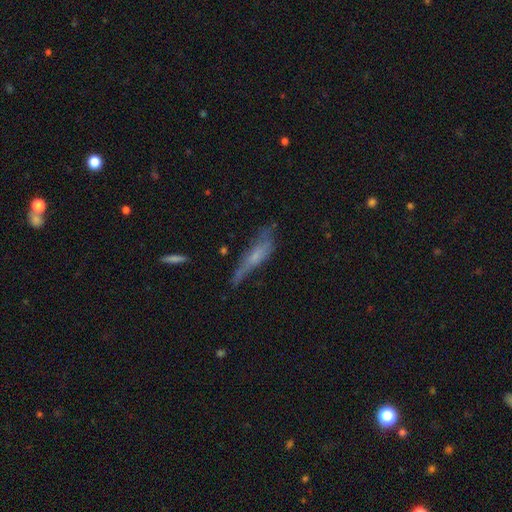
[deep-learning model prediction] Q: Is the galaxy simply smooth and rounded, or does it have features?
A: featured or disk — 46%.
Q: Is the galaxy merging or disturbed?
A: none — 41%.